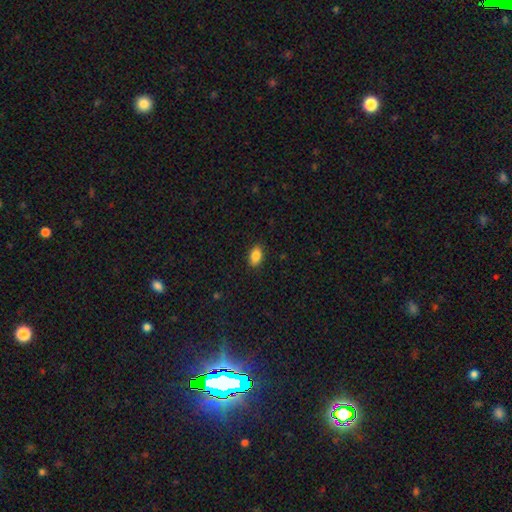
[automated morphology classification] smooth 87%, star or artifact 8%, featured or disk 5%. Down the decision tree: how rounded — in between (89%); merging — none (87%).